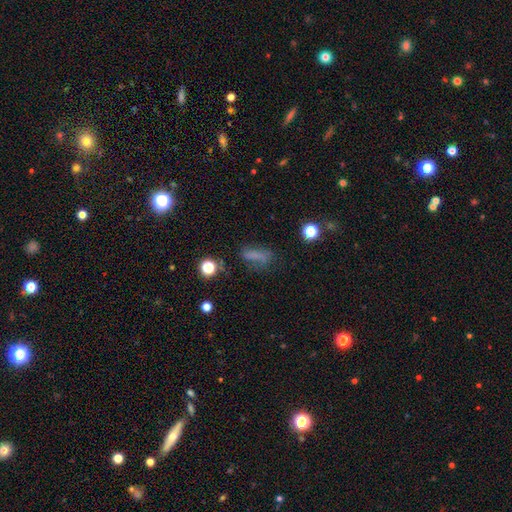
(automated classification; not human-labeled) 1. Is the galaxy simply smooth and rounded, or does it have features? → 62% smooth, 20% star or artifact, 19% featured or disk.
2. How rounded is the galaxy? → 55% in between, 37% cigar-shaped, 9% round.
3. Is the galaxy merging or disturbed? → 53% none, 23% minor disturbance, 18% major disturbance, 5% merger.